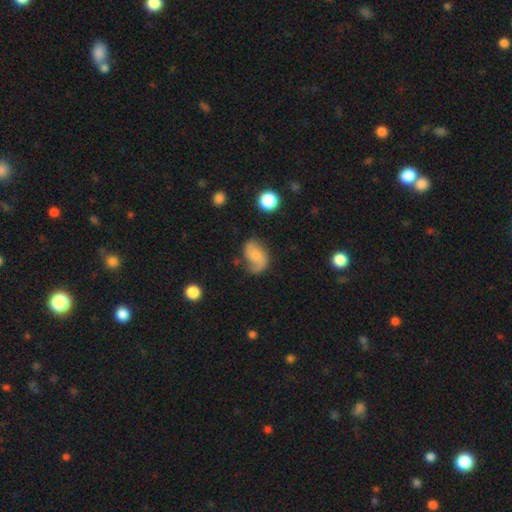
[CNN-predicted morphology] Smooth or featured: featured or disk — 52% (smooth — 38%)
Edge-on disk: no — 97% (yes — 3%)
Bar: no — 64% (weak — 29%)
Spiral arms: yes — 90% (no — 10%)
Bulge size: none — 44% (small — 29%)
Merging: none — 53% (minor disturbance — 27%)